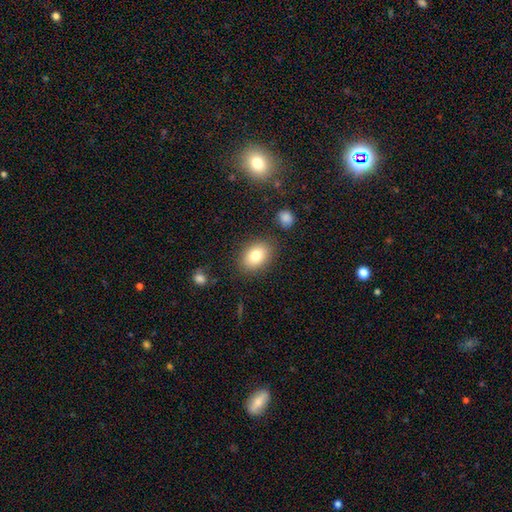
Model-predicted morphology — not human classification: The model was most divided on "how rounded": in between: 72%, round: 26%, cigar-shaped: 1%. More confident: merging — none (83%); smooth or featured — smooth (80%).